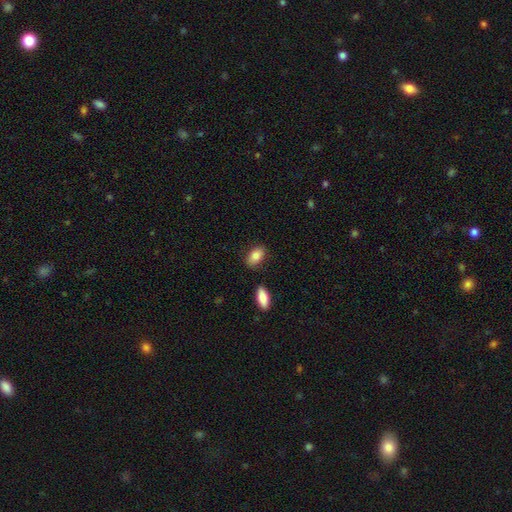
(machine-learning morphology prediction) Smooth or featured?
  - smooth: 85% *
  - featured or disk: 8%
  - star or artifact: 7%
How rounded?
  - in between: 90% *
  - round: 7%
  - cigar-shaped: 3%
Merging?
  - none: 80% *
  - minor disturbance: 13%
  - merger: 4%
  - major disturbance: 3%